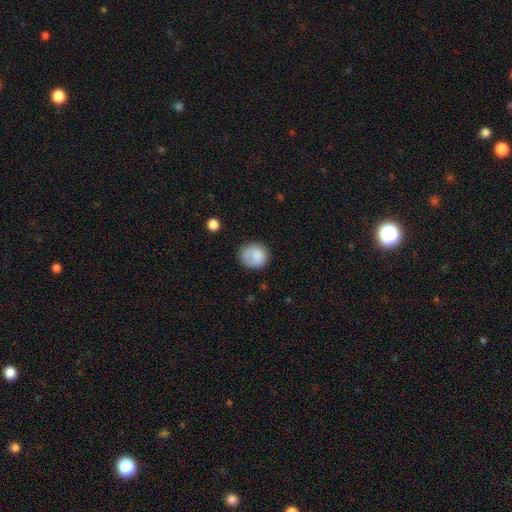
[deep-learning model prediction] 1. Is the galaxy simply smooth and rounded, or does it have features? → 83% smooth, 9% featured or disk, 8% star or artifact.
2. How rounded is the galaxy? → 77% round, 22% in between, 1% cigar-shaped.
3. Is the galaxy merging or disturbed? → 66% none, 22% minor disturbance, 9% major disturbance, 3% merger.